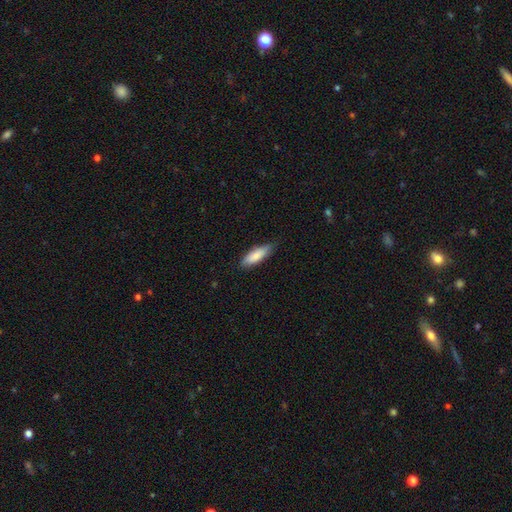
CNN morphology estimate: smooth-or-featured: smooth: 82% | featured or disk: 12% | star or artifact: 6%
  how-rounded: in between: 55% | cigar-shaped: 43% | round: 2%
  merging: none: 77% | minor disturbance: 20% | major disturbance: 3% | merger: 1%